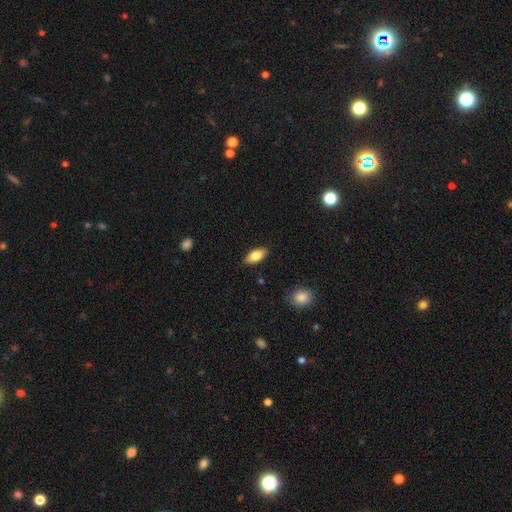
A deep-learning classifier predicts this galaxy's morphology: smooth 77%, featured or disk 16%, star or artifact 7%. Down the decision tree: how rounded — in between (87%); merging — none (88%).